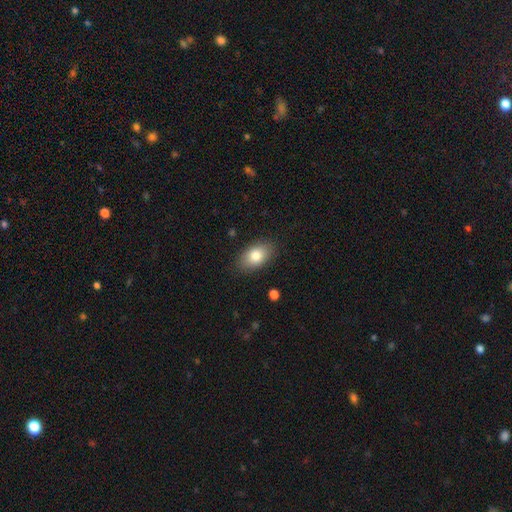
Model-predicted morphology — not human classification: This is clearly a smooth galaxy (81%). How rounded: clearly in between (89%). Merging: clearly none (85%).